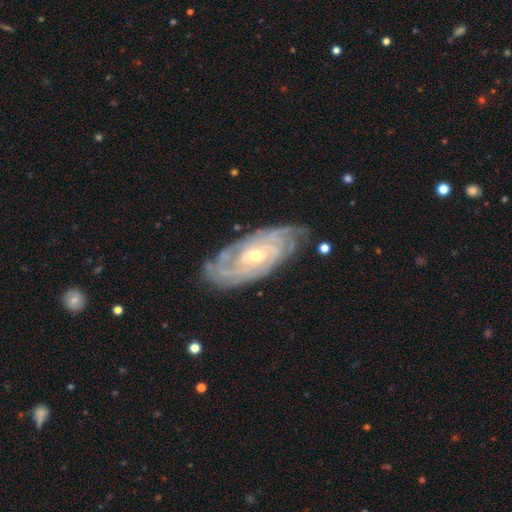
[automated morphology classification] A featured or disk galaxy (88%) with no bar (50%), tight (75%) spiral arms (96%) and a small central bulge (53%).

Vote fractions:
- Smooth or featured? featured or disk: 88% / smooth: 7% / star or artifact: 5%
- Edge-on disk? no: 92% / yes: 8%
- Bar? no: 50% / weak: 38% / strong: 12%
- Spiral arms? yes: 96% / no: 4%
- Spiral winding? tight: 75% / medium: 21% / loose: 4%
- Spiral arm count? can't tell: 34% / 3: 18% / 4: 18% / 2: 16% / more than 4: 8% / 1: 5%
- Bulge size? small: 53% / moderate: 44% / large: 1% / none: 1% / dominant: 1%
- Merging? none: 77% / minor disturbance: 17% / major disturbance: 5% / merger: 2%